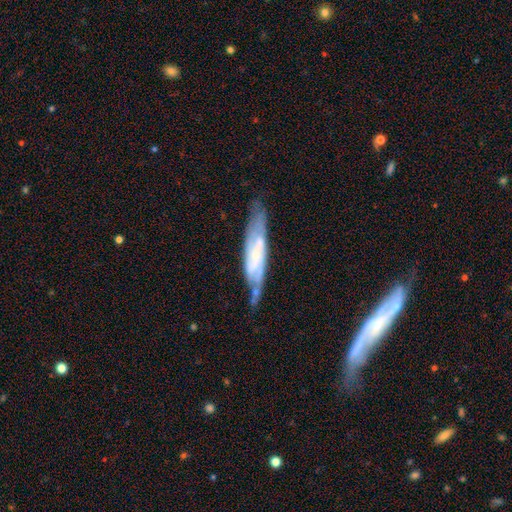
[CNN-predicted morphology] The model was most divided on "edge-on disk": no: 61%, yes: 39%. More confident: smooth or featured — featured or disk (67%); merging — none (60%).